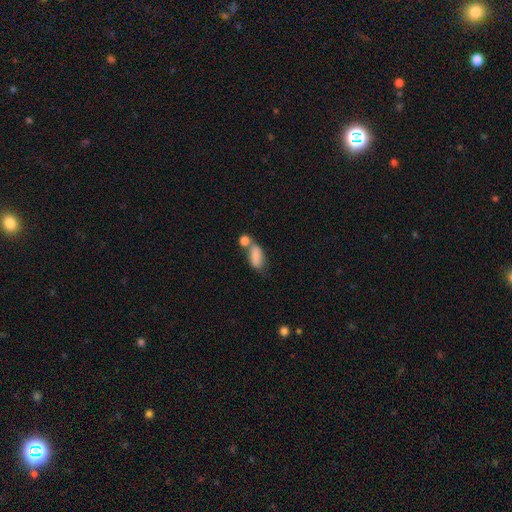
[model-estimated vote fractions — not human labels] smooth_or_featured: smooth (p=0.82) [alt: featured or disk p=0.10]
how_rounded: in between (p=0.86) [alt: cigar-shaped p=0.09]
merging: merger (p=0.42) [alt: none p=0.34]